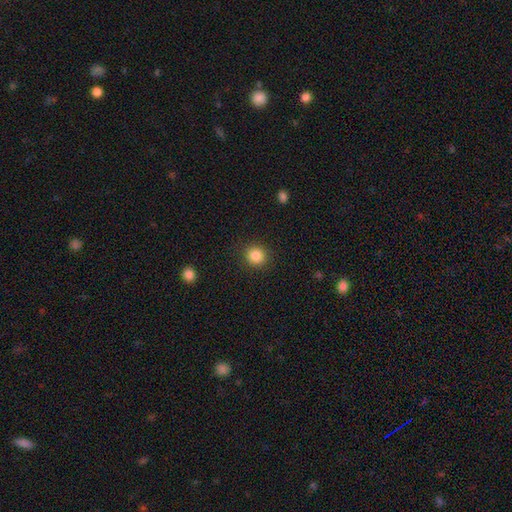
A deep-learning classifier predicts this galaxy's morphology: Q: Smooth or featured?
A: smooth (86%); runner-up: star or artifact (10%)
Q: How rounded?
A: round (90%); runner-up: in between (10%)
Q: Merging?
A: none (90%); runner-up: minor disturbance (6%)